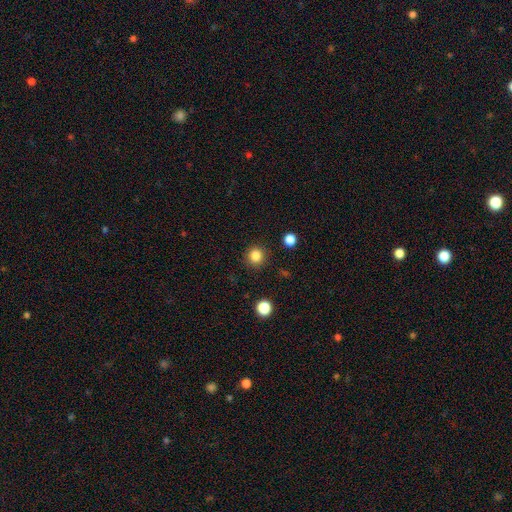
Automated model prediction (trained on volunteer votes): This appears to be a smooth galaxy with no disk features (84%) that is round (93%). Merging: none (90%).